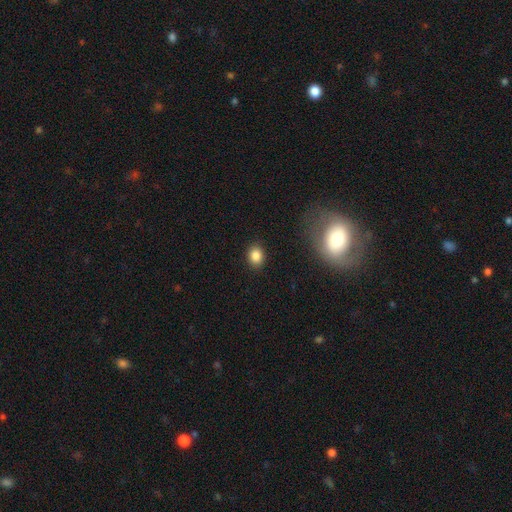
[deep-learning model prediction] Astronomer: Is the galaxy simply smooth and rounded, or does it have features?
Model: smooth — 85%.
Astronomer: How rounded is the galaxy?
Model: round — 53% (runner-up: in between, 46%).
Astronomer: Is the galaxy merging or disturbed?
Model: none — 90%.